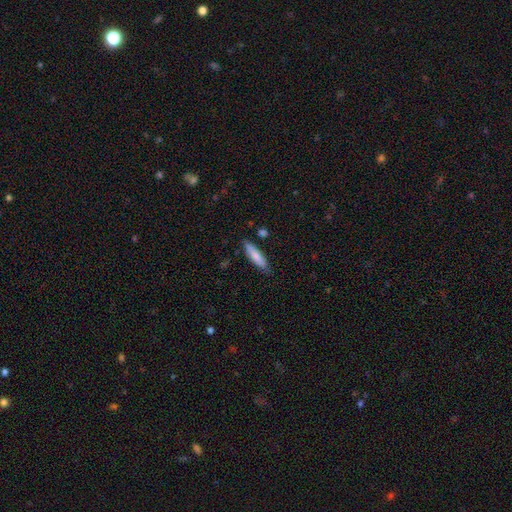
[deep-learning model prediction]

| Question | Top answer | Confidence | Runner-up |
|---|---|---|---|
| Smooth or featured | smooth | 78% | featured or disk (16%) |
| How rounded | cigar-shaped | 72% | in between (27%) |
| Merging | none | 81% | minor disturbance (14%) |